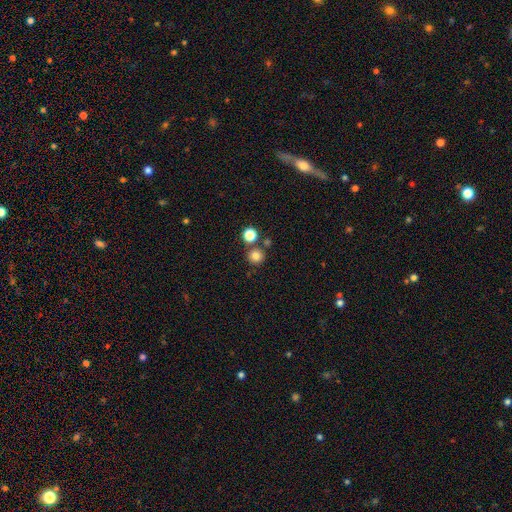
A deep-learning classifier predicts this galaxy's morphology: type=smooth (79%); roundness=round (93%); merging=none (77%).